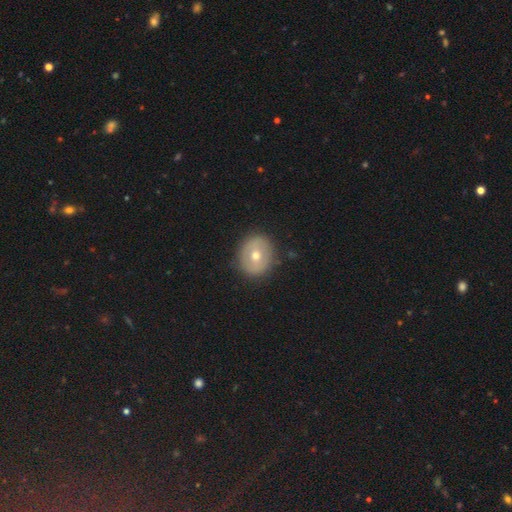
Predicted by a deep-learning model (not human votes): This appears to be a smooth galaxy with no disk features (52%) that is round (70%). Merging: none (87%).